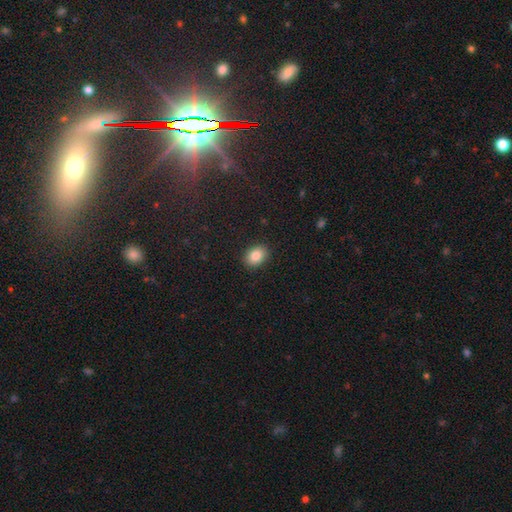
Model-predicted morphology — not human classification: smooth_or_featured: smooth (p=0.85) [alt: star or artifact p=0.09]
how_rounded: in between (p=0.70) [alt: round p=0.29]
merging: none (p=0.90) [alt: minor disturbance p=0.07]